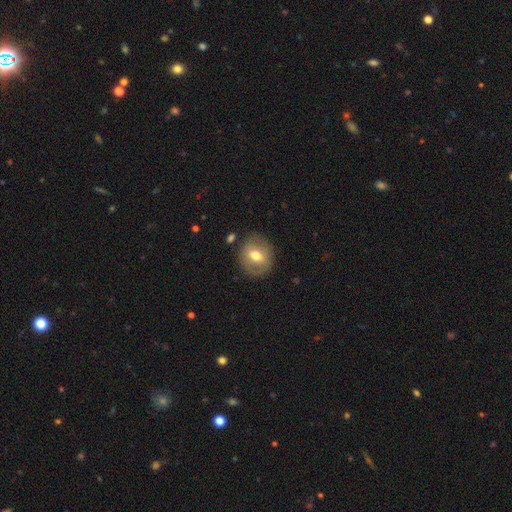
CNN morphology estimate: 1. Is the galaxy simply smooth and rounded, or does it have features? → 57% smooth, 36% featured or disk, 7% star or artifact.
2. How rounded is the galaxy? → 78% round, 21% in between, 1% cigar-shaped.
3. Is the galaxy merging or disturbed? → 82% none, 12% minor disturbance, 4% major disturbance, 2% merger.